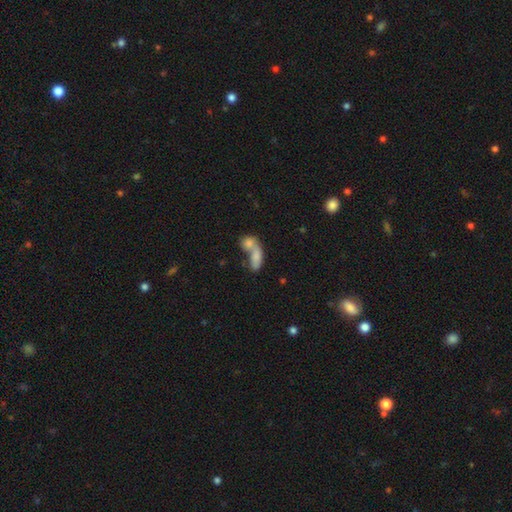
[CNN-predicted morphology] Overall: smooth (77%). How rounded: in between (77%). Merging: merger (69%).